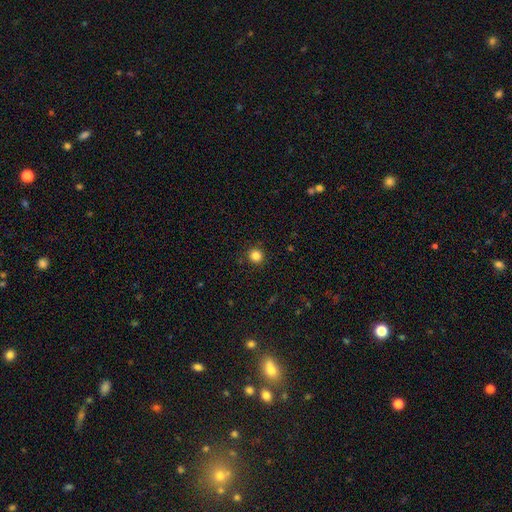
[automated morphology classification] smooth_or_featured: smooth (p=0.84) [alt: star or artifact p=0.12]
how_rounded: round (p=0.93) [alt: in between p=0.06]
merging: none (p=0.91) [alt: minor disturbance p=0.06]